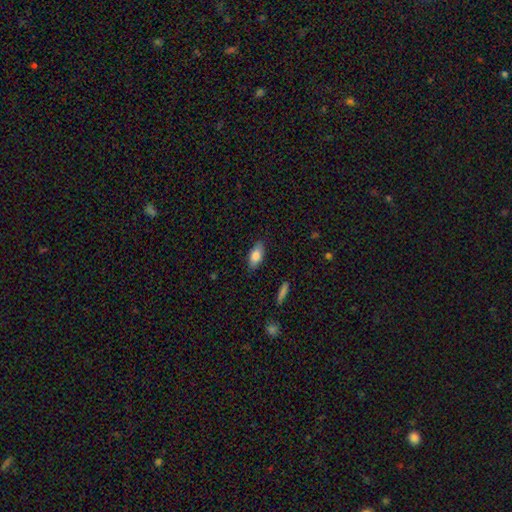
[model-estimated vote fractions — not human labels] Smooth or featured?
  - smooth: 81% *
  - featured or disk: 13%
  - star or artifact: 7%
How rounded?
  - in between: 87% *
  - cigar-shaped: 10%
  - round: 3%
Merging?
  - none: 85% *
  - minor disturbance: 12%
  - major disturbance: 2%
  - merger: 1%